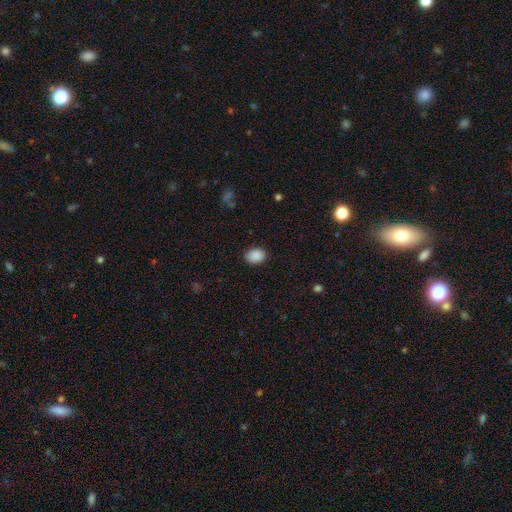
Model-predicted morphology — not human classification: smooth_or_featured: smooth (p=0.89) [alt: star or artifact p=0.08]
how_rounded: in between (p=0.63) [alt: round p=0.36]
merging: none (p=0.85) [alt: minor disturbance p=0.11]